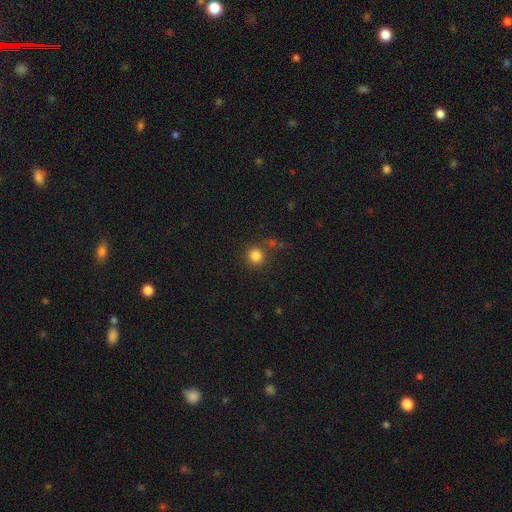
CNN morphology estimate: Q: Smooth or featured?
A: smooth (83%); runner-up: star or artifact (13%)
Q: How rounded?
A: round (93%); runner-up: in between (6%)
Q: Merging?
A: none (80%); runner-up: minor disturbance (9%)